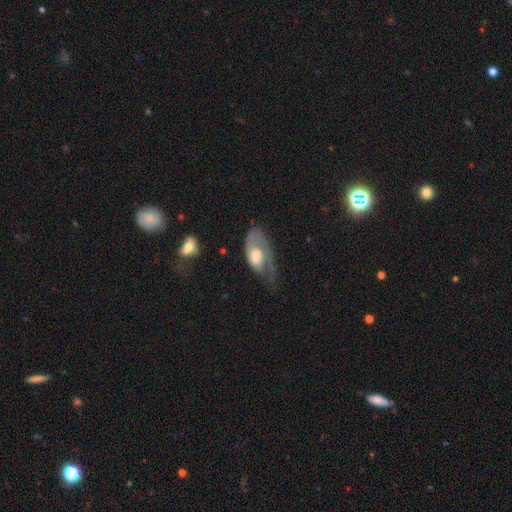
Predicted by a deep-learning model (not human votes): smooth-or-featured: featured or disk: 58% | smooth: 36% | star or artifact: 6%
  disk-edge-on: no: 91% | yes: 9%
    bar: no: 72% | weak: 23% | strong: 4%
    has-spiral-arms: yes: 71% | no: 29%
    bulge-size: moderate: 50% | large: 29% | small: 14% | none: 4% | dominant: 3%
  merging: major disturbance: 42% | none: 30% | minor disturbance: 25% | merger: 3%